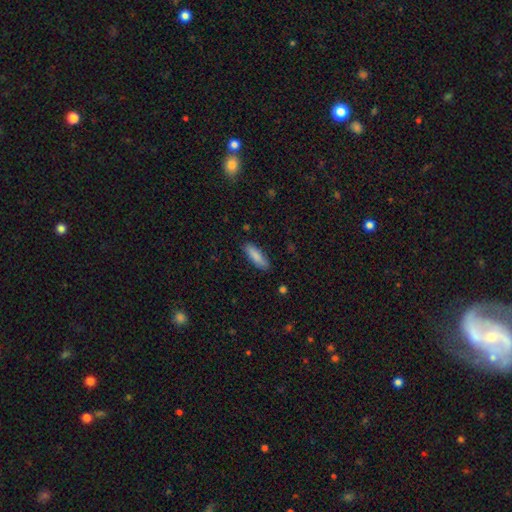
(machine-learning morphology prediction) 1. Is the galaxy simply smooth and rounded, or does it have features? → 86% smooth, 8% featured or disk, 6% star or artifact.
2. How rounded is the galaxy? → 56% cigar-shaped, 43% in between, 2% round.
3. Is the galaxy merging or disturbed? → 85% none, 11% minor disturbance, 2% major disturbance, 1% merger.